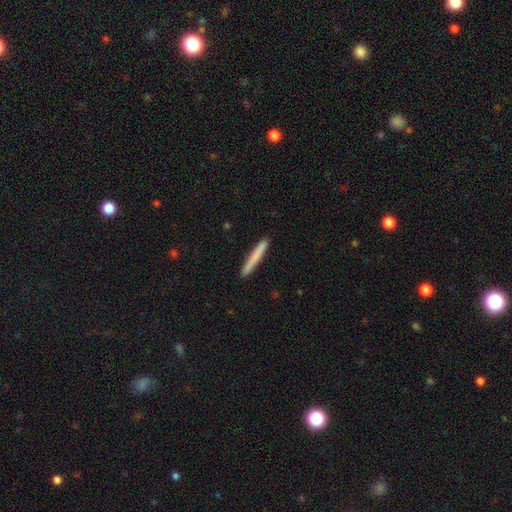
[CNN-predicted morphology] Smooth or featured: smooth — 75% (featured or disk — 19%)
How rounded: cigar-shaped — 97% (in between — 2%)
Merging: none — 91% (minor disturbance — 6%)